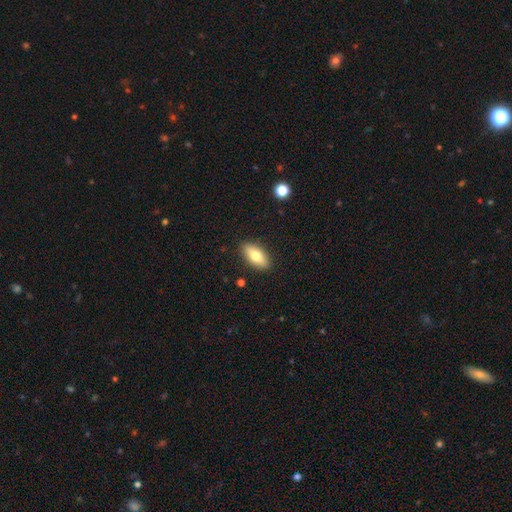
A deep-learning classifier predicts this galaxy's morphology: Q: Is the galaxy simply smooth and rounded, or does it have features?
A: smooth — 74%.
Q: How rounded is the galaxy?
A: in between — 83%.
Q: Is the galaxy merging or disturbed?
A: none — 88%.